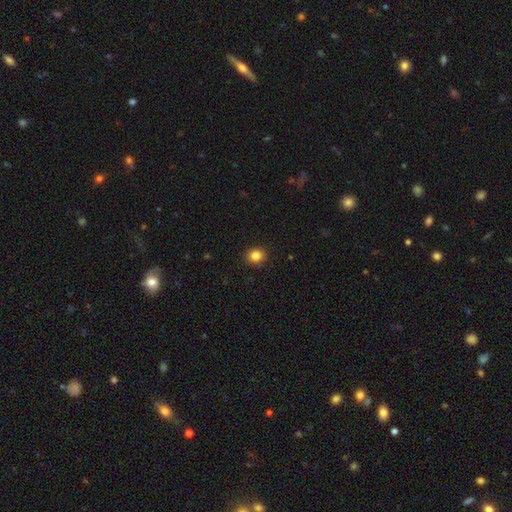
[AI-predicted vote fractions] Q: Smooth or featured?
A: smooth (84%); runner-up: star or artifact (11%)
Q: How rounded?
A: round (77%); runner-up: in between (22%)
Q: Merging?
A: none (91%); runner-up: minor disturbance (6%)